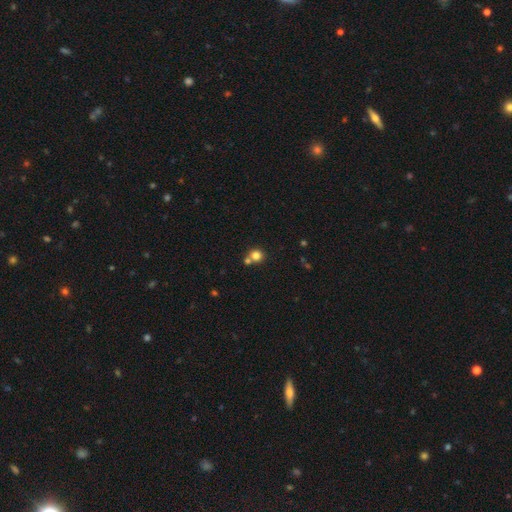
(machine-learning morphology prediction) Smooth or featured? smooth (80%)
How rounded? round (89%)
Merging? none (59%)